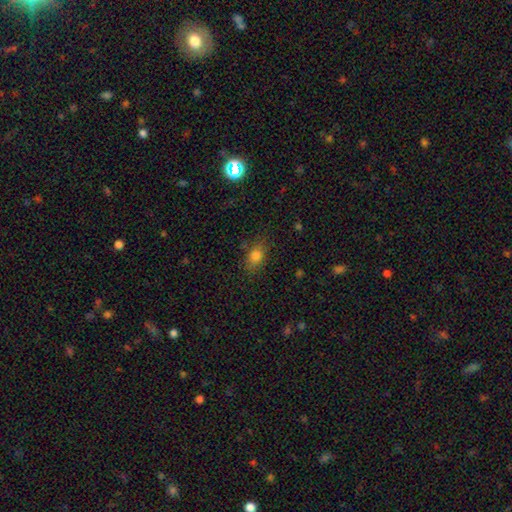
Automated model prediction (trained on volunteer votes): Smooth or featured?
  - smooth: 79% *
  - star or artifact: 12%
  - featured or disk: 9%
How rounded?
  - in between: 78% *
  - round: 19%
  - cigar-shaped: 3%
Merging?
  - none: 78% *
  - minor disturbance: 16%
  - major disturbance: 5%
  - merger: 2%